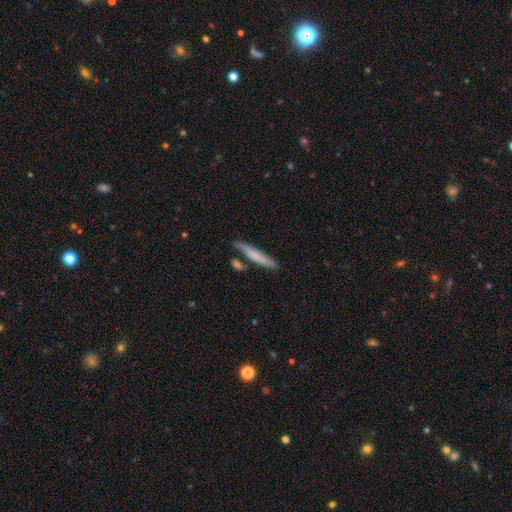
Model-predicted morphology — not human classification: A smooth galaxy with no disk features (59%) that is cigar-shaped (90%). Merging: none (65%).